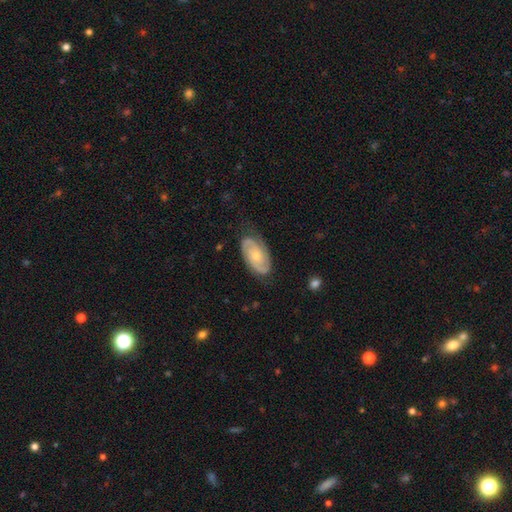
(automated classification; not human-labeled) smooth-or-featured: featured or disk: 79% | smooth: 16% | star or artifact: 5%
  disk-edge-on: no: 96% | yes: 4%
    bar: no: 72% | weak: 24% | strong: 5%
    has-spiral-arms: yes: 95% | no: 5%
      spiral-winding: tight: 54% | medium: 36% | loose: 10%
      spiral-arm-count: 2: 82% | can't tell: 9% | 3: 5% | 1: 2% | 4: 1% | more than 4: 1%
    bulge-size: small: 56% | moderate: 39% | none: 3% | large: 2% | dominant: 1%
  merging: none: 76% | minor disturbance: 17% | major disturbance: 5% | merger: 1%